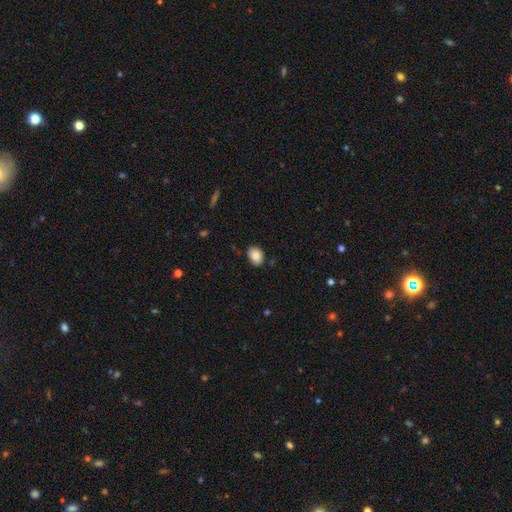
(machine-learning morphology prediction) A smooth galaxy with no disk features (87%) that is in between round and cigar-shaped (74%).

Vote fractions:
- Smooth or featured? smooth: 87% / star or artifact: 8% / featured or disk: 5%
- How rounded? in between: 74% / round: 25% / cigar-shaped: 1%
- Merging? none: 82% / minor disturbance: 13% / major disturbance: 2% / merger: 2%